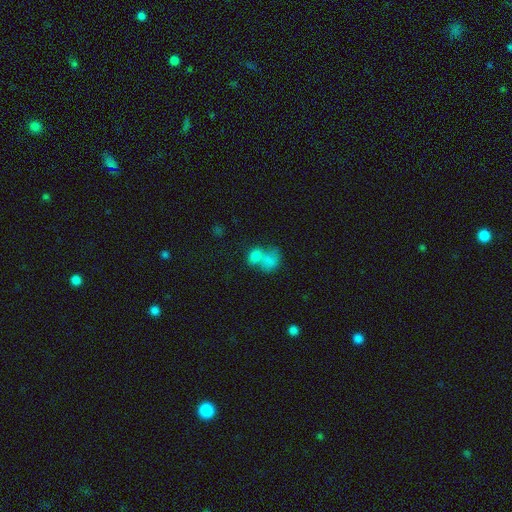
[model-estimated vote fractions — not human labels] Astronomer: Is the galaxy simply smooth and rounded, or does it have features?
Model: smooth — 76%.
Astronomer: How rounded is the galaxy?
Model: in between — 63%.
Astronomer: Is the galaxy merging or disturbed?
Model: merger — 68%.